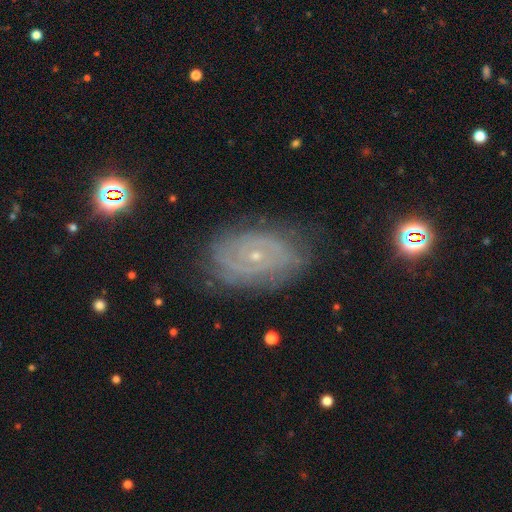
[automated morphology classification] smooth-or-featured: featured or disk: 80% | smooth: 12% | star or artifact: 8%
  disk-edge-on: no: 96% | yes: 4%
    bar: no: 75% | weak: 20% | strong: 4%
    has-spiral-arms: yes: 91% | no: 9%
      spiral-winding: tight: 73% | medium: 21% | loose: 6%
      spiral-arm-count: can't tell: 39% | 2: 33% | 3: 11% | 4: 7% | more than 4: 5% | 1: 5%
    bulge-size: small: 82% | moderate: 15% | none: 1% | large: 1% | dominant: 1%
  merging: none: 76% | minor disturbance: 17% | major disturbance: 6% | merger: 1%